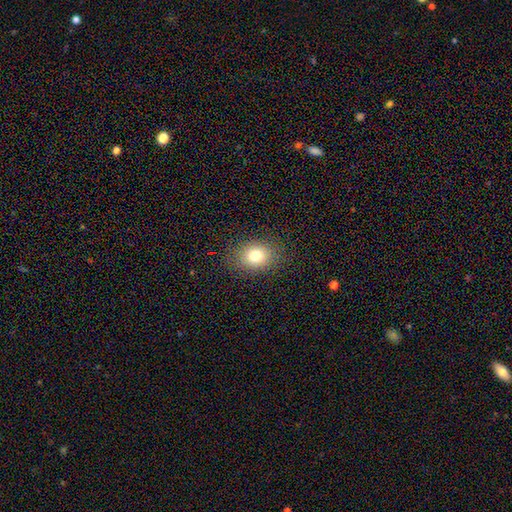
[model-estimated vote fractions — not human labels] This is likely a smooth galaxy (77%). How rounded: possibly in between (51%). Merging: clearly none (86%).